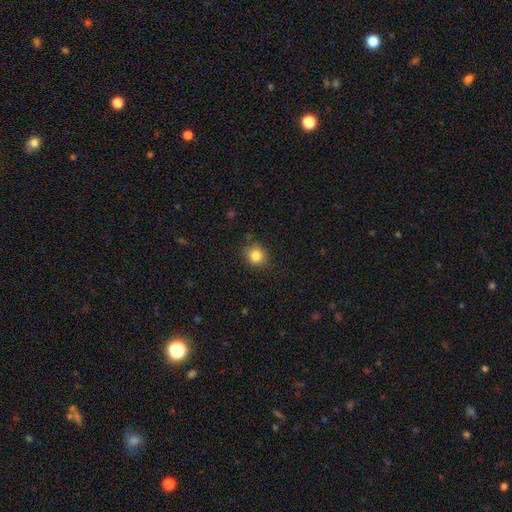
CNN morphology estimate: Smooth or featured: smooth — 84% (star or artifact — 11%)
How rounded: round — 83% (in between — 16%)
Merging: none — 82% (minor disturbance — 14%)